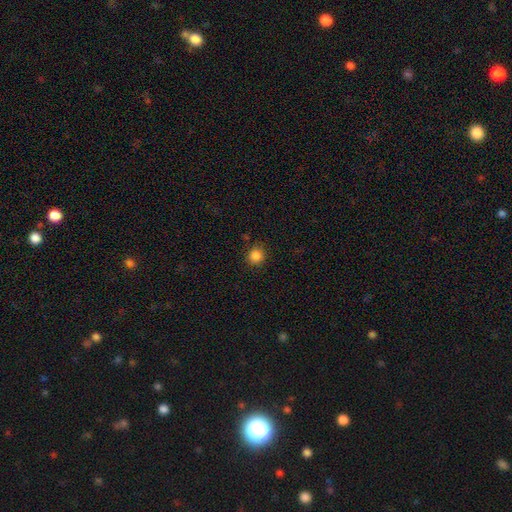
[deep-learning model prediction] Morphology: type=smooth (85%); roundness=round (90%); merging=none (87%).